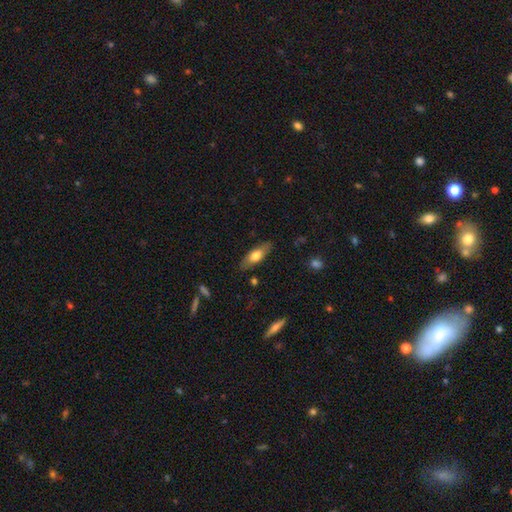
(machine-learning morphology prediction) Smooth or featured: smooth — 65% (featured or disk — 28%)
How rounded: in between — 65% (cigar-shaped — 32%)
Merging: none — 83% (minor disturbance — 13%)